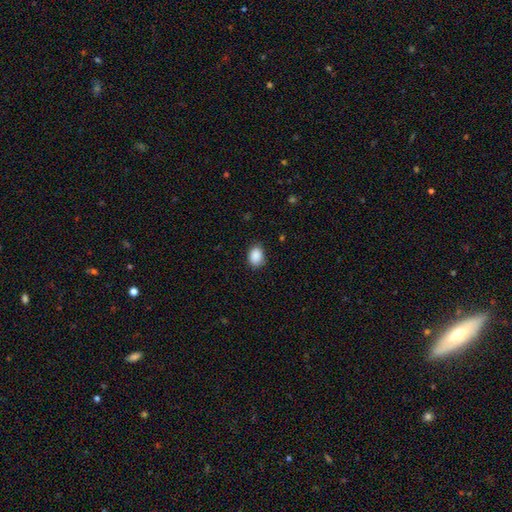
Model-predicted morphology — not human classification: A smooth galaxy with no disk features (89%) that is in between round and cigar-shaped (69%). Merging: none (82%).